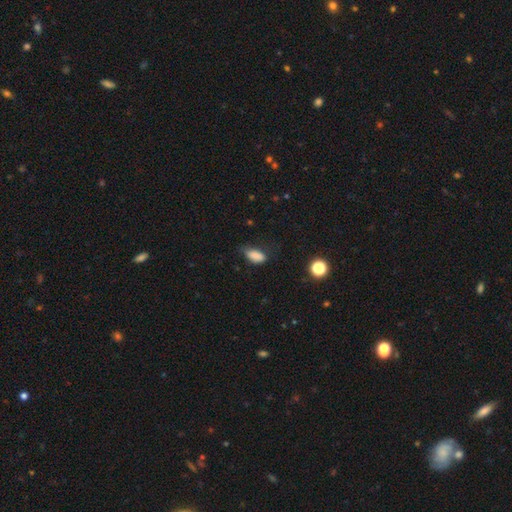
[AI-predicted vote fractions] Smooth or featured? Predicted: smooth (p=0.84). How rounded? Predicted: in between (p=0.86). Merging? Predicted: none (p=0.52).